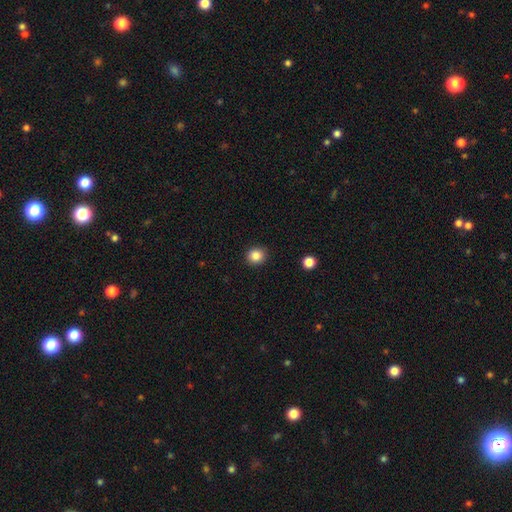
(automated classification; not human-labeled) smooth_or_featured: smooth (p=0.85) [alt: star or artifact p=0.10]
how_rounded: round (p=0.82) [alt: in between p=0.17]
merging: none (p=0.91) [alt: minor disturbance p=0.06]